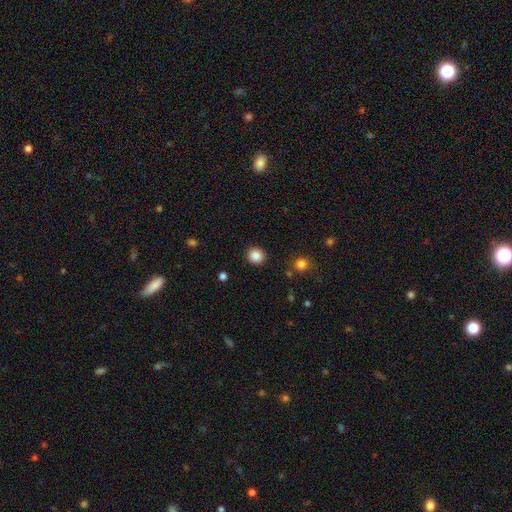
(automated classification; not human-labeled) Morphology: type=smooth (87%); roundness=round (92%); merging=none (91%).